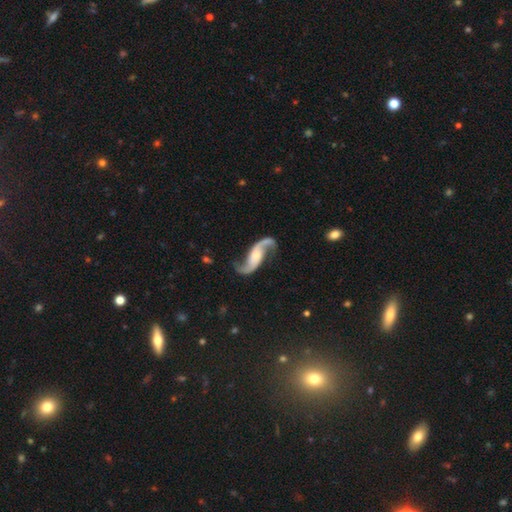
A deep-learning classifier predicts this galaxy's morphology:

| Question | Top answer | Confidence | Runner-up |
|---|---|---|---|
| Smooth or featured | featured or disk | 91% | smooth (5%) |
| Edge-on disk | no | 96% | yes (4%) |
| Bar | no | 53% | weak (32%) |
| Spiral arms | yes | 98% | no (2%) |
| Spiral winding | loose | 81% | medium (15%) |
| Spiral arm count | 2 | 94% | 1 (2%) |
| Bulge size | small | 42% | moderate (31%) |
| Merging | none | 77% | minor disturbance (13%) |